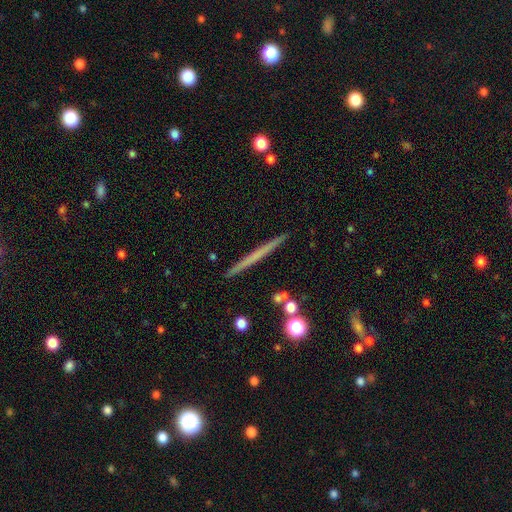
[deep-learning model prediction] Smooth or featured? featured or disk (55%)
Edge-on disk? yes (98%)
Edge-on bulge? none (89%)
Merging? none (92%)